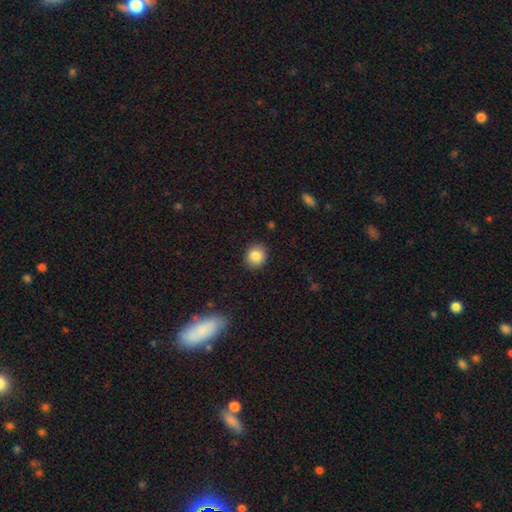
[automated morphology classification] Smooth or featured?
  - smooth: 85% *
  - star or artifact: 9%
  - featured or disk: 6%
How rounded?
  - round: 79% *
  - in between: 20%
  - cigar-shaped: 1%
Merging?
  - none: 90% *
  - minor disturbance: 7%
  - major disturbance: 2%
  - merger: 1%